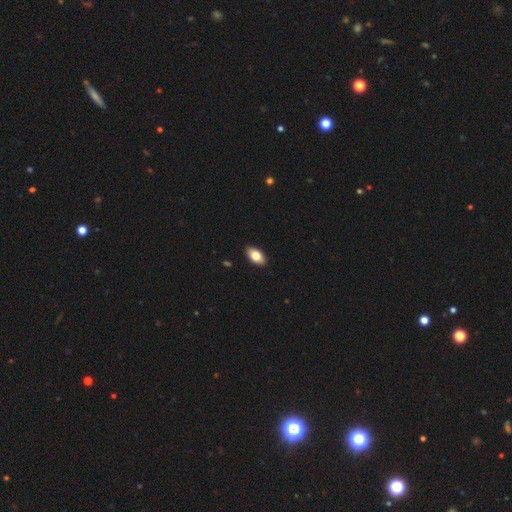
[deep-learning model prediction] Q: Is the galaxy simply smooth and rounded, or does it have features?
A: smooth — 78%.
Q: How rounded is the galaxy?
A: in between — 92%.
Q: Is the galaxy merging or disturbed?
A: none — 90%.